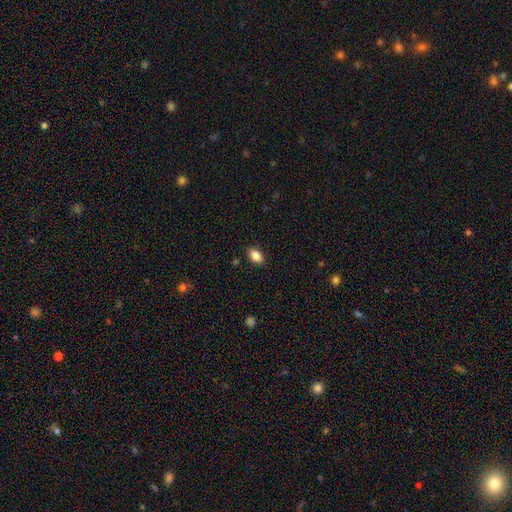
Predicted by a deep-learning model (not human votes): A smooth galaxy with no disk features (86%) that is in between round and cigar-shaped (90%). Merging: none (88%).